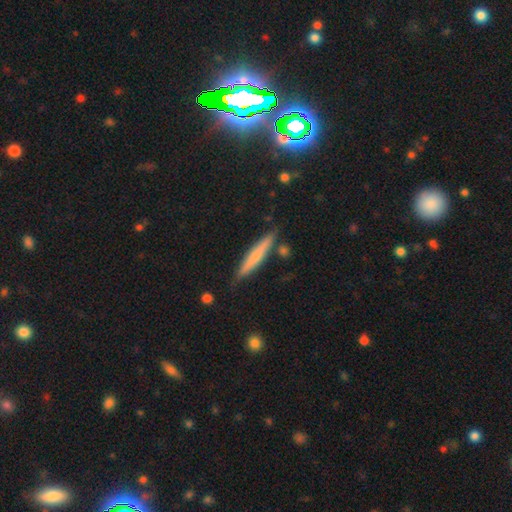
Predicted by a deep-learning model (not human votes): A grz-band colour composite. It shows a smooth galaxy with no disk features (60%) that is cigar-shaped (94%). Merging: none (84%).